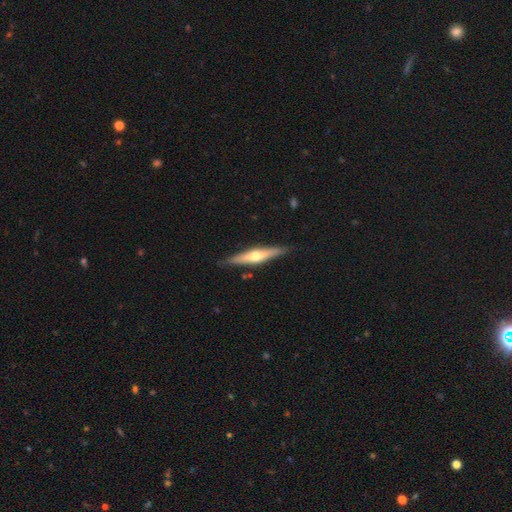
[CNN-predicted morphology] smooth-or-featured: featured or disk: 61% | smooth: 34% | star or artifact: 5%
  disk-edge-on: yes: 95% | no: 5%
    edge-on-bulge: rounded: 90% | none: 6% | boxy: 4%
  merging: none: 87% | minor disturbance: 10% | major disturbance: 2% | merger: 1%